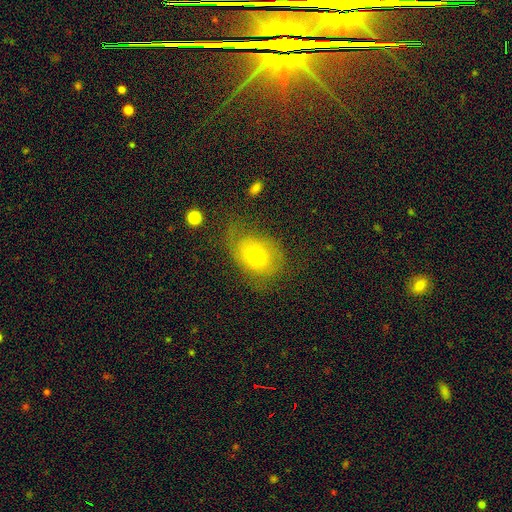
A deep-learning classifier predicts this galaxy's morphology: This appears to be a smooth galaxy with no disk features (57%) that is in between round and cigar-shaped (66%). Merging: none (50%).